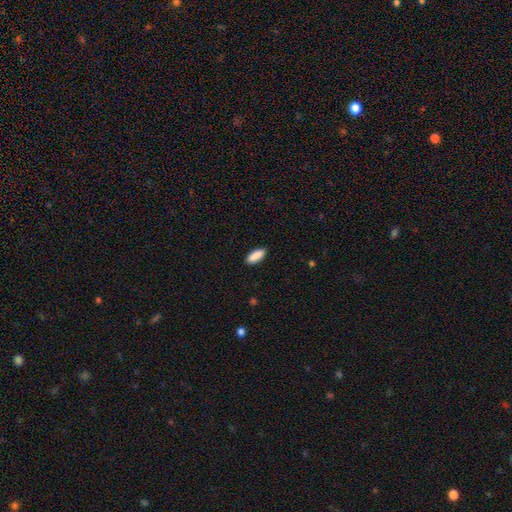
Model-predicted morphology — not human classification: A smooth galaxy with no disk features (91%) that is in between round and cigar-shaped (80%).

Vote fractions:
- Smooth or featured? smooth: 91% / star or artifact: 6% / featured or disk: 4%
- How rounded? in between: 80% / cigar-shaped: 19% / round: 2%
- Merging? none: 90% / minor disturbance: 8% / major disturbance: 2% / merger: 1%